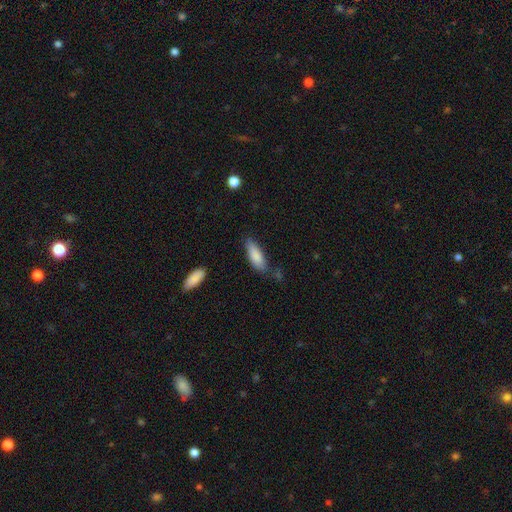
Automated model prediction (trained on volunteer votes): smooth 86%, featured or disk 8%, star or artifact 6%. Down the decision tree: how rounded — in between (59%); merging — none (66%).